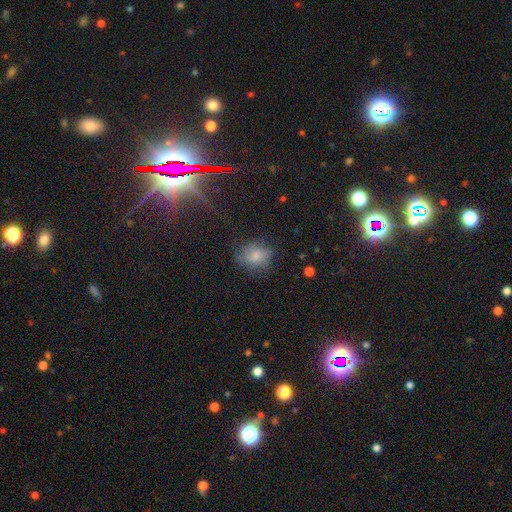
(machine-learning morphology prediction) A smooth galaxy with no disk features (67%) that is round (61%).

Vote fractions:
- Smooth or featured? smooth: 67% / featured or disk: 20% / star or artifact: 13%
- How rounded? round: 61% / in between: 37% / cigar-shaped: 1%
- Merging? none: 62% / minor disturbance: 24% / major disturbance: 12% / merger: 2%